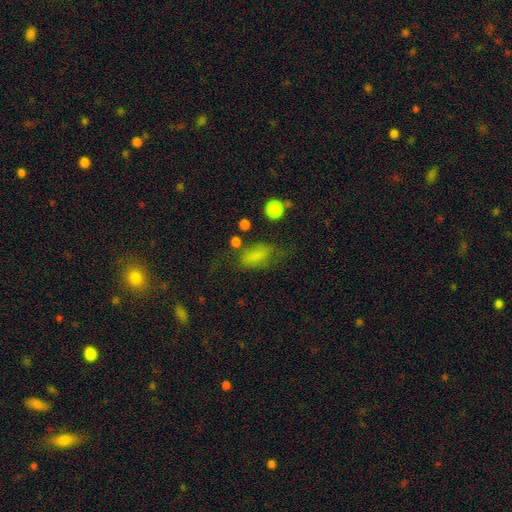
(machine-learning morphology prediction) Smooth or featured? Predicted: smooth (p=0.72). How rounded? Predicted: in between (p=0.83). Merging? Predicted: none (p=0.45).